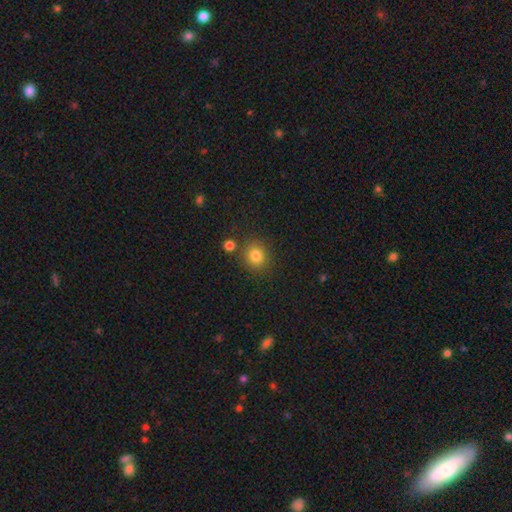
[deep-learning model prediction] Overall: smooth (82%). How rounded: round (82%). Merging: none (81%).